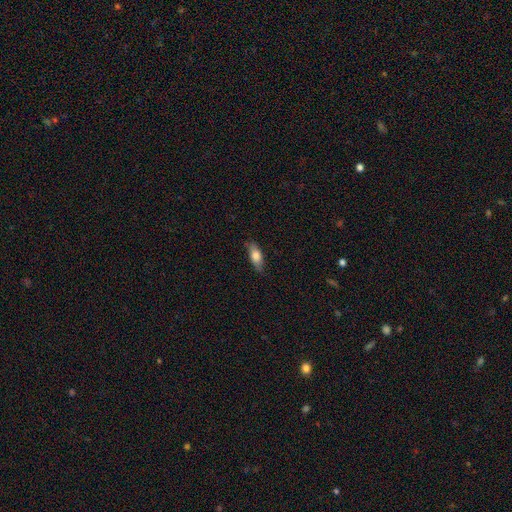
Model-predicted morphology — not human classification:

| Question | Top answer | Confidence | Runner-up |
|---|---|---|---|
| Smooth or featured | smooth | 75% | featured or disk (19%) |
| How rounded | in between | 75% | cigar-shaped (22%) |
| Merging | none | 77% | minor disturbance (18%) |